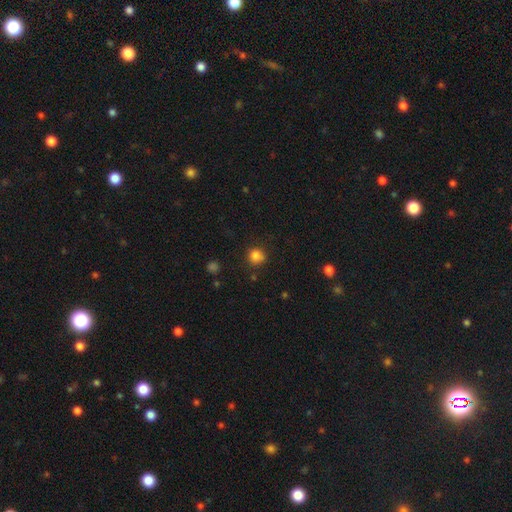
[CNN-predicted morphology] smooth_or_featured: smooth (p=0.83) [alt: star or artifact p=0.12]
how_rounded: round (p=0.87) [alt: in between p=0.12]
merging: none (p=0.83) [alt: minor disturbance p=0.12]